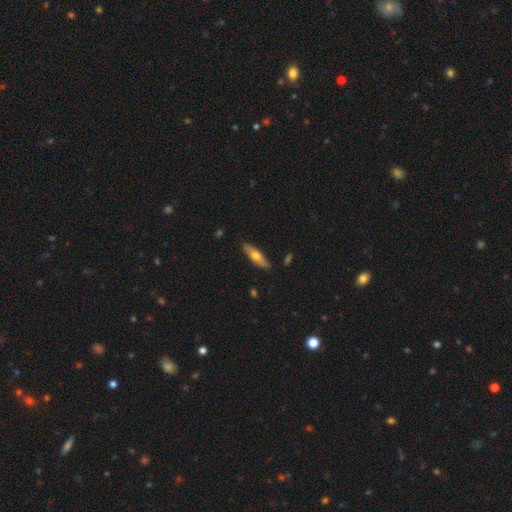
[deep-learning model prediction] This is possibly a smooth galaxy (53%). How rounded: likely cigar-shaped (64%). Merging: clearly none (87%).